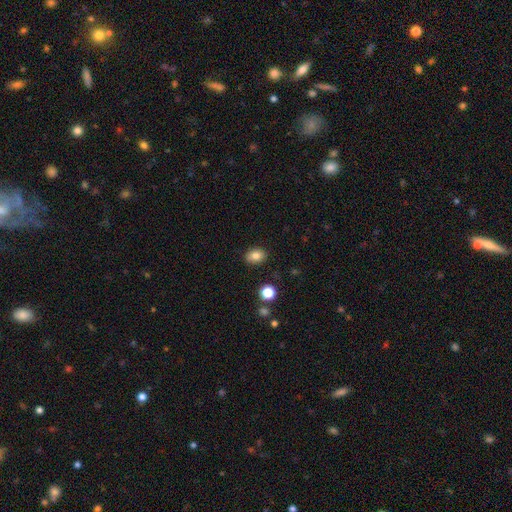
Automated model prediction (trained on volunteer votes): Smooth or featured?
  - smooth: 82% *
  - star or artifact: 11%
  - featured or disk: 8%
How rounded?
  - in between: 61% *
  - round: 38%
  - cigar-shaped: 1%
Merging?
  - none: 87% *
  - minor disturbance: 9%
  - major disturbance: 2%
  - merger: 2%